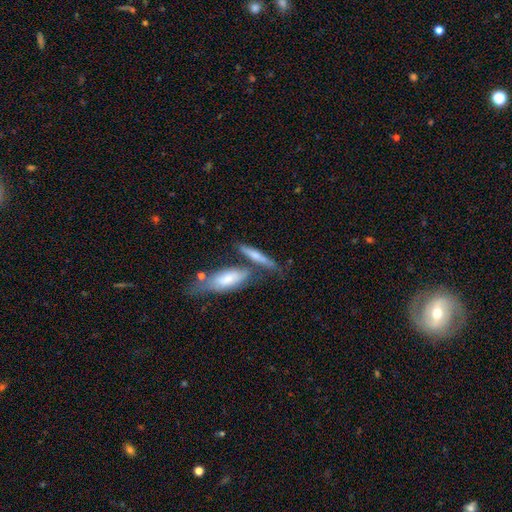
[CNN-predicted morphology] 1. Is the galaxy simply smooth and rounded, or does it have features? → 58% smooth, 35% featured or disk, 7% star or artifact.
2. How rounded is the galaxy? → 75% cigar-shaped, 22% in between, 3% round.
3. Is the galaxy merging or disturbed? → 53% none, 27% merger, 15% minor disturbance, 6% major disturbance.